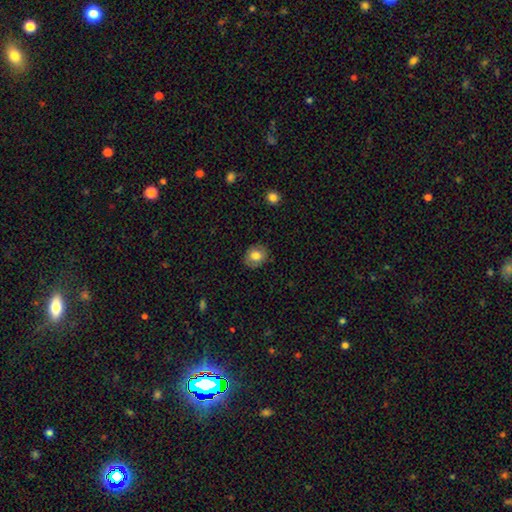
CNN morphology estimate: A smooth galaxy with no disk features (80%) that is round (56%).

Vote fractions:
- Smooth or featured? smooth: 80% / featured or disk: 11% / star or artifact: 9%
- How rounded? round: 56% / in between: 43% / cigar-shaped: 1%
- Merging? none: 85% / minor disturbance: 12% / major disturbance: 3% / merger: 1%